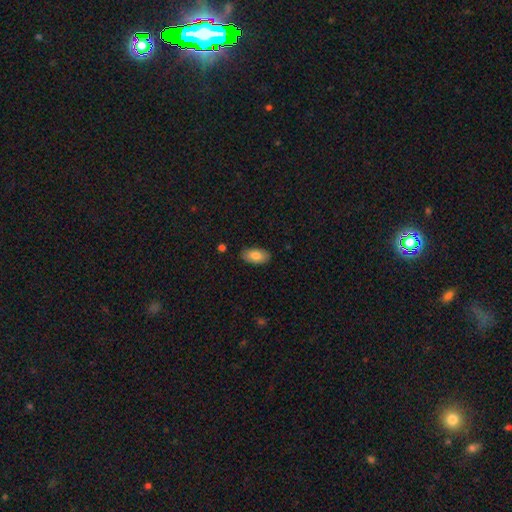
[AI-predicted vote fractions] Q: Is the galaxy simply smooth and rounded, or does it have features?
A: smooth — 81%.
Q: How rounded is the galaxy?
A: in between — 94%.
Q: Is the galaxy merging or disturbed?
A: none — 87%.